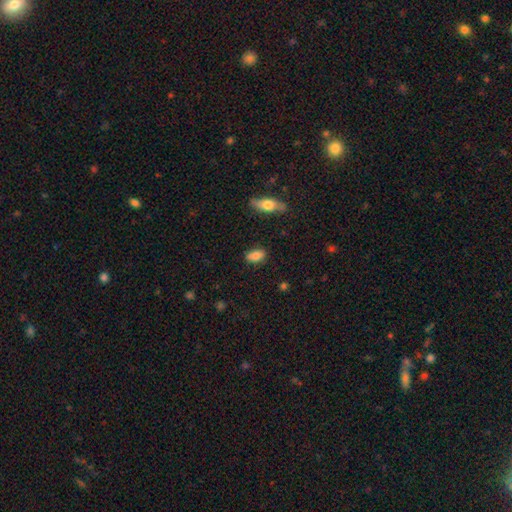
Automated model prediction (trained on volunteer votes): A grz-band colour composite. It shows a smooth galaxy with no disk features (84%) that is in between round and cigar-shaped (88%). Merging: none (84%).